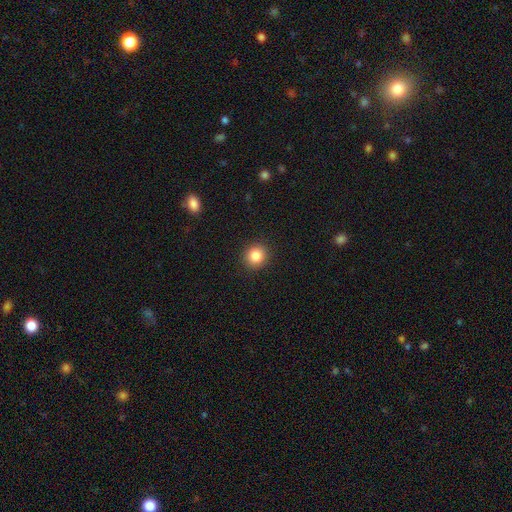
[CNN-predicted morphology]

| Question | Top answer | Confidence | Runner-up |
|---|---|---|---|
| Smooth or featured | smooth | 85% | star or artifact (10%) |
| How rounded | round | 88% | in between (11%) |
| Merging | none | 92% | minor disturbance (5%) |